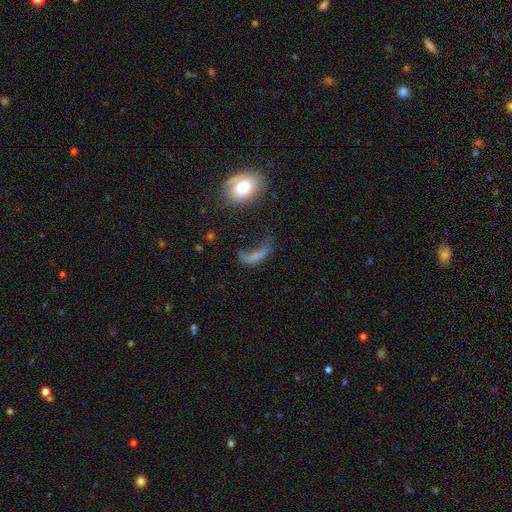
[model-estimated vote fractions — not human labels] Smooth or featured? Predicted: smooth (p=0.55). How rounded? Predicted: in between (p=0.52). Merging? Predicted: major disturbance (p=0.46).